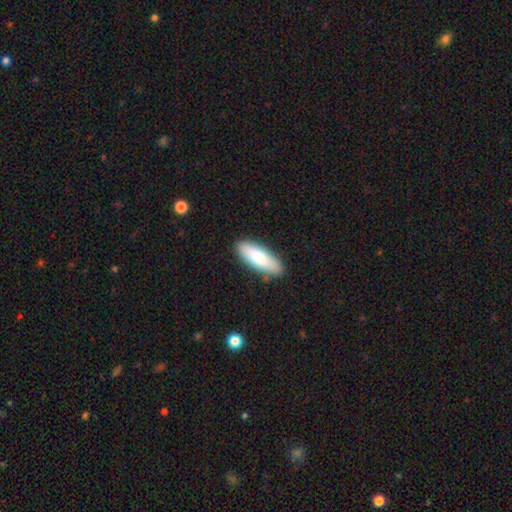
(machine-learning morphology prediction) A smooth galaxy with no disk features (81%) that is in between round and cigar-shaped (60%). Merging: none (87%).